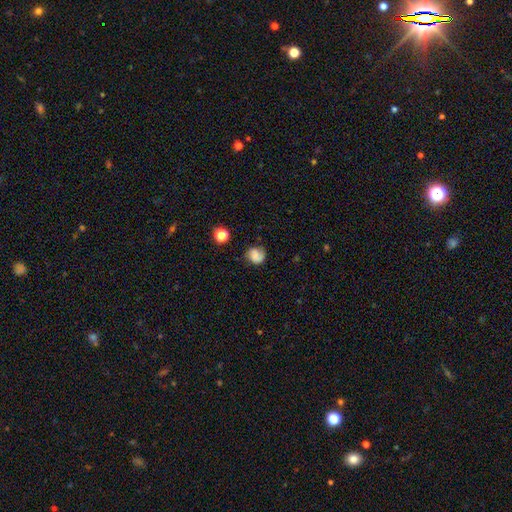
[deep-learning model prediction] Smooth or featured?
  - smooth: 57% *
  - featured or disk: 31%
  - star or artifact: 12%
How rounded?
  - round: 77% *
  - in between: 22%
  - cigar-shaped: 1%
Merging?
  - none: 67% *
  - minor disturbance: 21%
  - major disturbance: 9%
  - merger: 3%